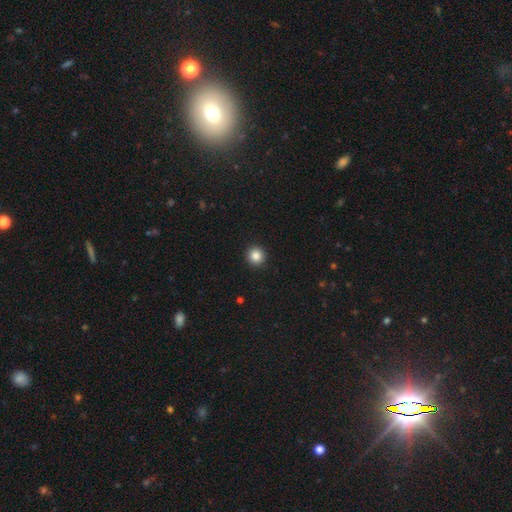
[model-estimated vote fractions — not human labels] This appears to be a smooth galaxy with no disk features (86%) that is round (94%). Merging: none (94%).